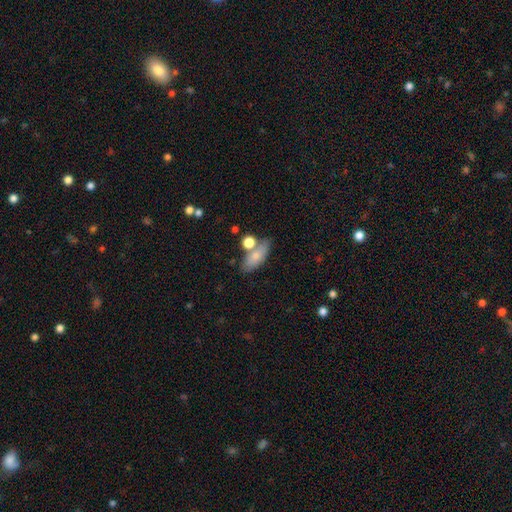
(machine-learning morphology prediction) Q: Smooth or featured?
A: smooth (75%); runner-up: featured or disk (18%)
Q: How rounded?
A: in between (76%); runner-up: cigar-shaped (17%)
Q: Merging?
A: none (58%); runner-up: merger (20%)